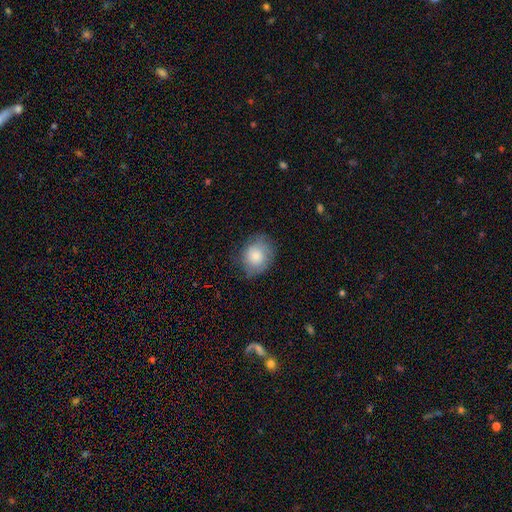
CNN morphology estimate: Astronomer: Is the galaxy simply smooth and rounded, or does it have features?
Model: smooth — 76%.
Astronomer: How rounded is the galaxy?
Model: round — 65%.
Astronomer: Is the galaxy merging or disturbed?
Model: none — 67%.